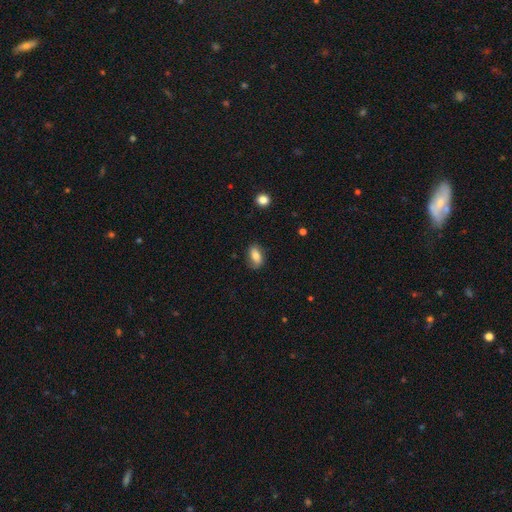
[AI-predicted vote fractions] The model was most divided on "merging": none: 74%, minor disturbance: 20%, major disturbance: 5%, merger: 1%. More confident: how rounded — in between (88%); smooth or featured — smooth (73%).